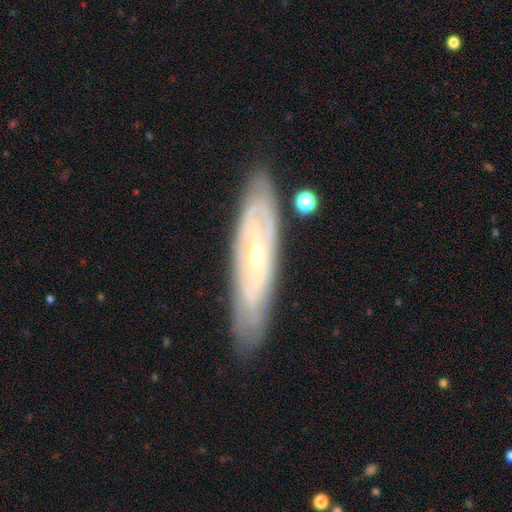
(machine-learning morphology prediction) This appears to be a featured or disk galaxy (78%) with no bar (68%), spiral arms (79%) and a small central bulge (77%). Merging: none (82%).